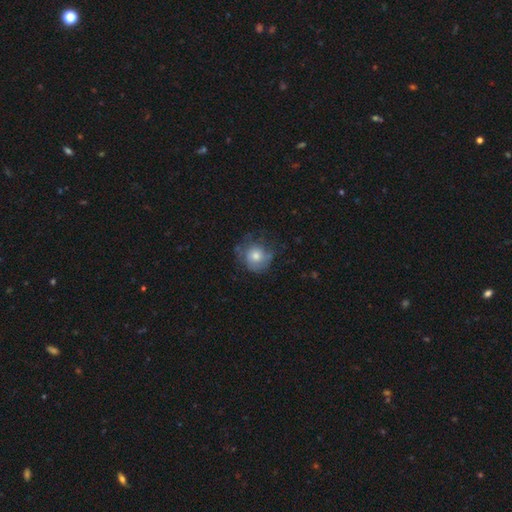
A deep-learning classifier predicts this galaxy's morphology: Smooth or featured?
  - smooth: 58% *
  - featured or disk: 31%
  - star or artifact: 11%
How rounded?
  - round: 85% *
  - in between: 14%
  - cigar-shaped: 1%
Merging?
  - none: 60% *
  - minor disturbance: 25%
  - major disturbance: 14%
  - merger: 2%